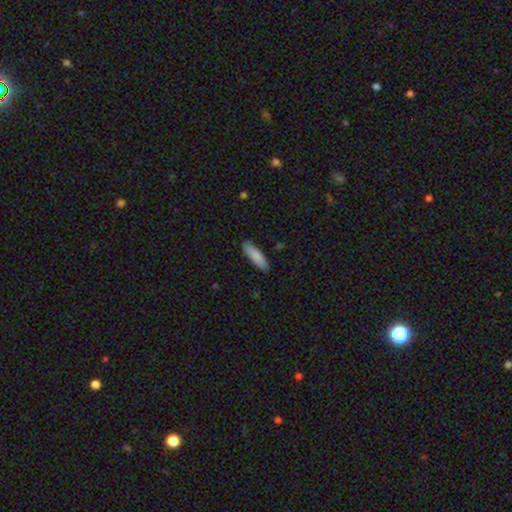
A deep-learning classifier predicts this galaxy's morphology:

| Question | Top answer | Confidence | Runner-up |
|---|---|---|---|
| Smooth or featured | smooth | 84% | featured or disk (11%) |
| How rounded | cigar-shaped | 60% | in between (39%) |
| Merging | none | 88% | minor disturbance (9%) |